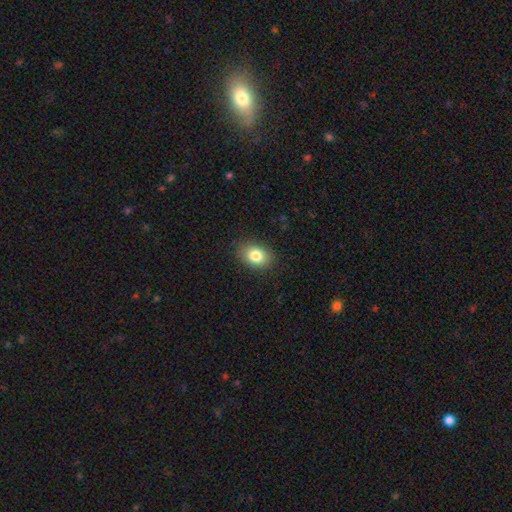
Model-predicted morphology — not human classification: This is clearly a smooth galaxy (82%). How rounded: likely in between (70%). Merging: clearly none (87%).